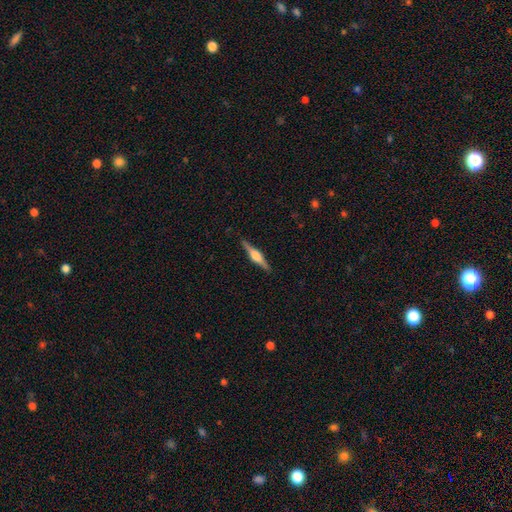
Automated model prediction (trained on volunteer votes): smooth-or-featured: featured or disk: 76% | smooth: 19% | star or artifact: 6%
  disk-edge-on: yes: 98% | no: 2%
    edge-on-bulge: rounded: 84% | boxy: 13% | none: 3%
  merging: none: 90% | minor disturbance: 7% | major disturbance: 2% | merger: 1%